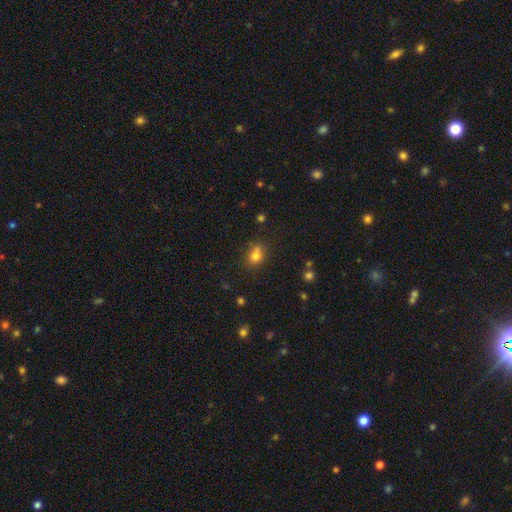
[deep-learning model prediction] This appears to be a smooth galaxy with no disk features (75%) that is round (55%). Merging: none (51%).